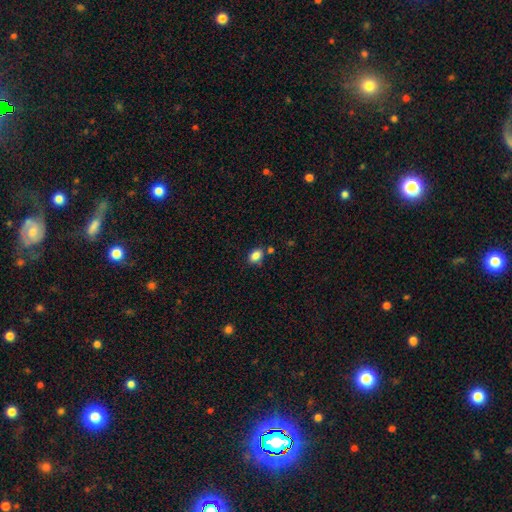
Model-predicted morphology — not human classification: type=smooth (85%); roundness=in between (74%); merging=none (72%).